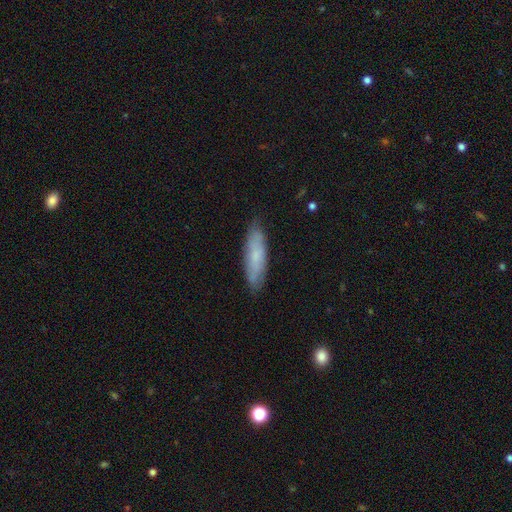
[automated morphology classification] This is likely a smooth galaxy (65%). How rounded: likely cigar-shaped (61%). Merging: clearly none (81%).